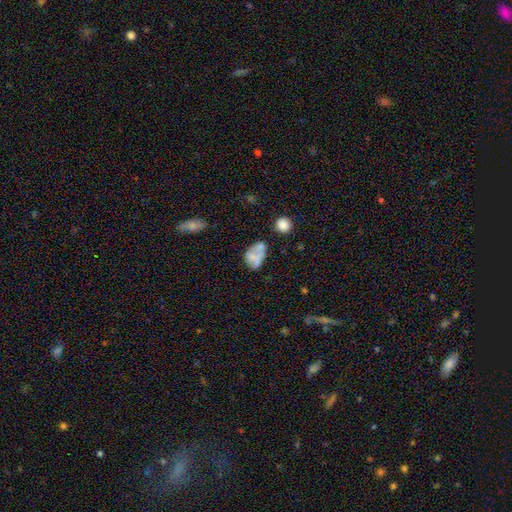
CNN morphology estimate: smooth 58%, featured or disk 31%, star or artifact 11%. Down the decision tree: how rounded — in between (79%); merging — none (34%).